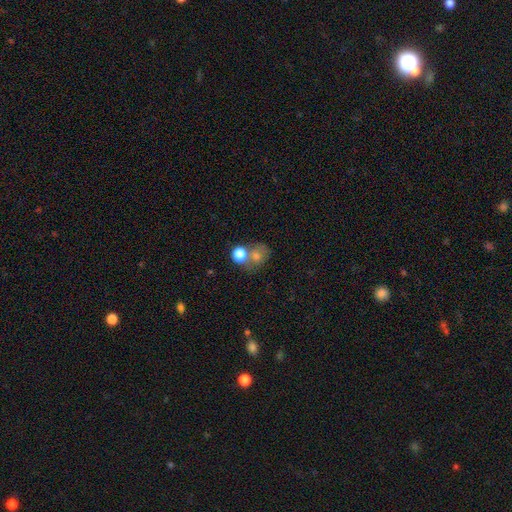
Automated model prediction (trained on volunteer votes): A smooth galaxy with no disk features (63%) that is round (71%). Merging: none (47%).